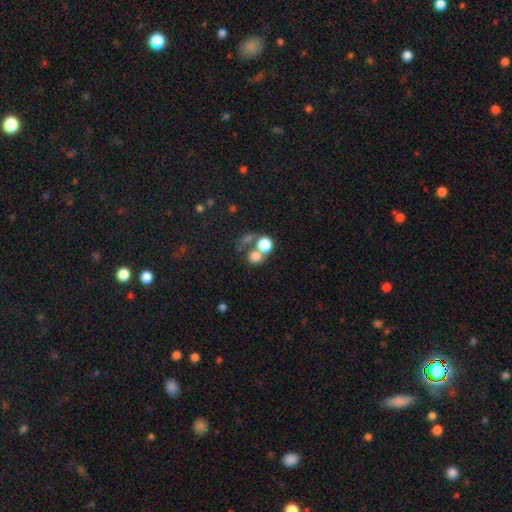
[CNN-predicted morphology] Smooth or featured? Predicted: smooth (p=0.73). How rounded? Predicted: round (p=0.81). Merging? Predicted: merger (p=0.45).